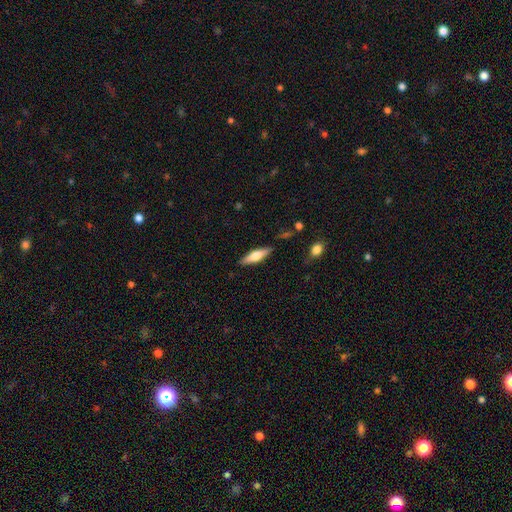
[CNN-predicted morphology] A smooth galaxy with no disk features (55%) that is cigar-shaped (60%).

Vote fractions:
- Smooth or featured? smooth: 55% / featured or disk: 39% / star or artifact: 6%
- How rounded? cigar-shaped: 60% / in between: 38% / round: 2%
- Merging? none: 86% / minor disturbance: 10% / major disturbance: 2% / merger: 2%